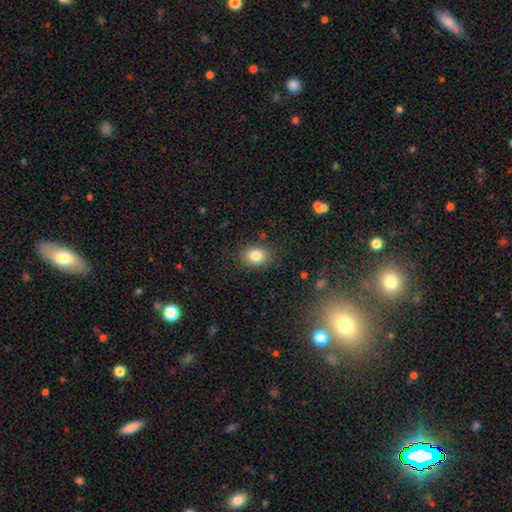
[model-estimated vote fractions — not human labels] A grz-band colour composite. It shows a smooth galaxy with no disk features (83%) that is in between round and cigar-shaped (52%). Merging: none (84%).